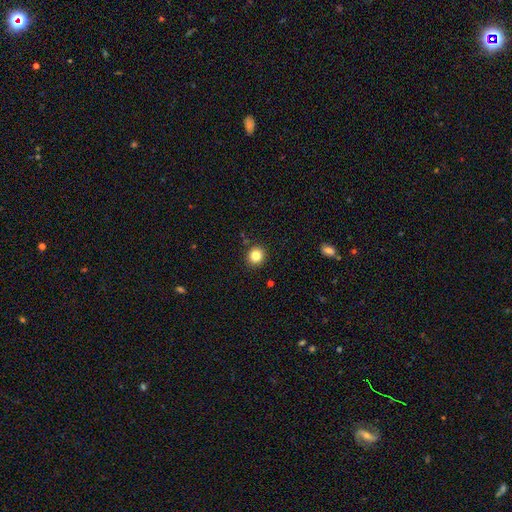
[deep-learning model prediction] This appears to be a smooth galaxy with no disk features (83%) that is round (88%). Merging: none (91%).